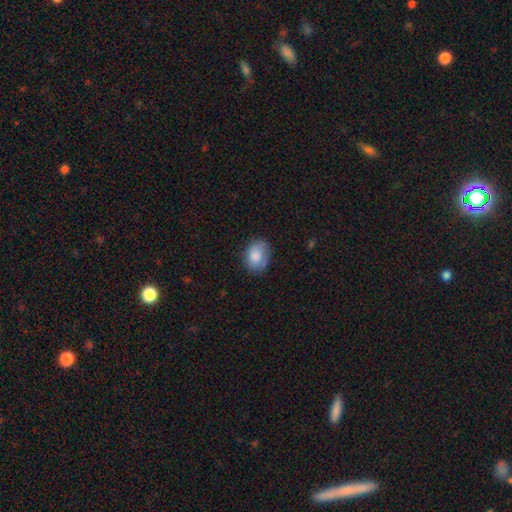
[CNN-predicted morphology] This appears to be a smooth galaxy with no disk features (79%) that is in between round and cigar-shaped (65%). Merging: none (69%).